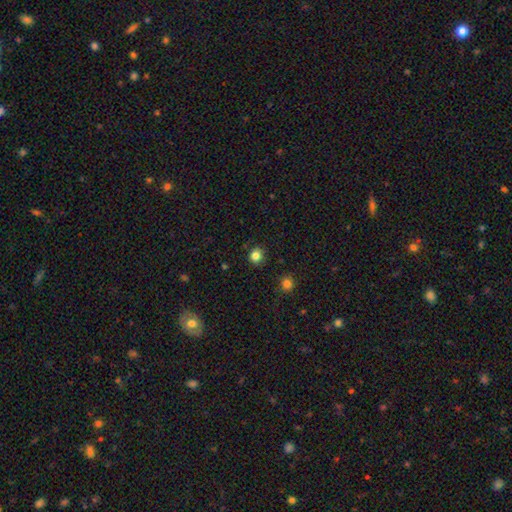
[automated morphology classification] Overall: smooth (83%). How rounded: round (86%). Merging: none (88%).